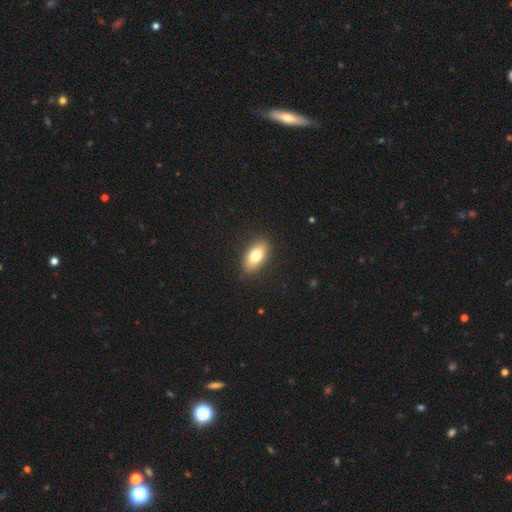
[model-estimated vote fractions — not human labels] This is likely a smooth galaxy (77%). How rounded: clearly in between (90%). Merging: clearly none (89%).